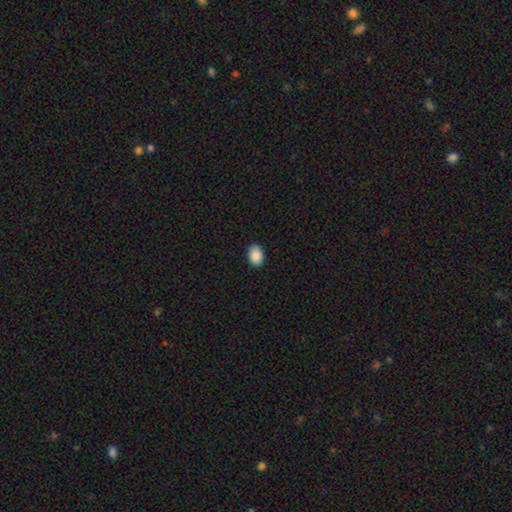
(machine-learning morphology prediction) Smooth or featured?
  - smooth: 89% *
  - star or artifact: 8%
  - featured or disk: 3%
How rounded?
  - in between: 77% *
  - round: 22%
  - cigar-shaped: 1%
Merging?
  - none: 88% *
  - minor disturbance: 10%
  - major disturbance: 2%
  - merger: 1%